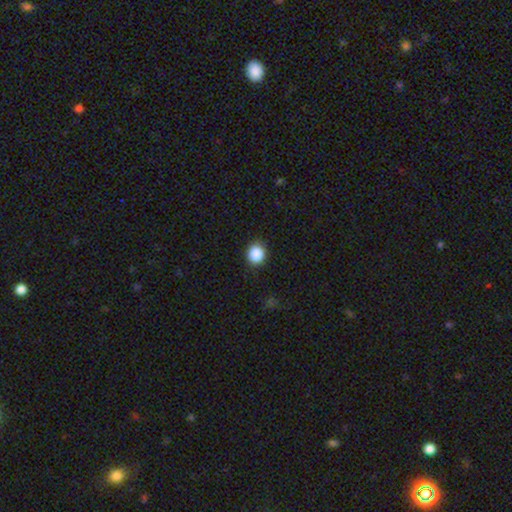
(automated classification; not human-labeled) smooth-or-featured: smooth: 87% | star or artifact: 10% | featured or disk: 3%
  how-rounded: round: 84% | in between: 15% | cigar-shaped: 1%
  merging: none: 90% | minor disturbance: 7% | major disturbance: 2% | merger: 1%